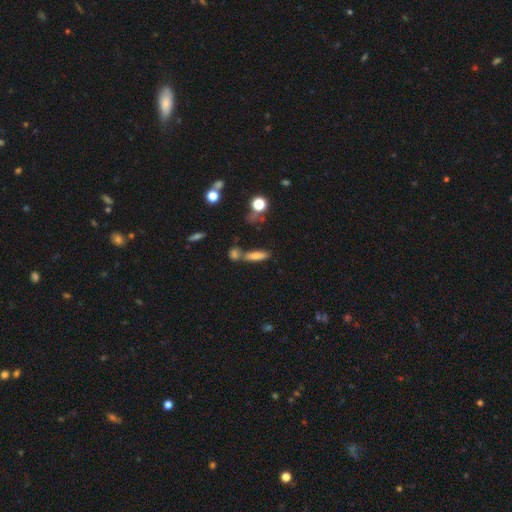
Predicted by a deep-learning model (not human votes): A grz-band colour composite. It shows a smooth galaxy with no disk features (71%) that is cigar-shaped (63%). Merging: none (58%).